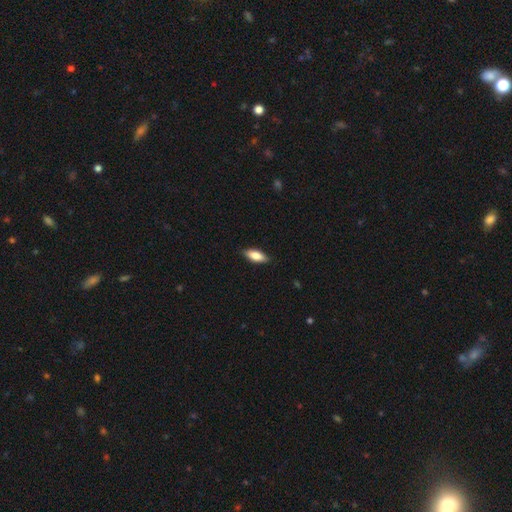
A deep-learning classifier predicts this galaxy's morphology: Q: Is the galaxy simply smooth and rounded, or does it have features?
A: smooth — 82%.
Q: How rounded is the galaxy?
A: in between — 78%.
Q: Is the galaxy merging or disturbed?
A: none — 86%.